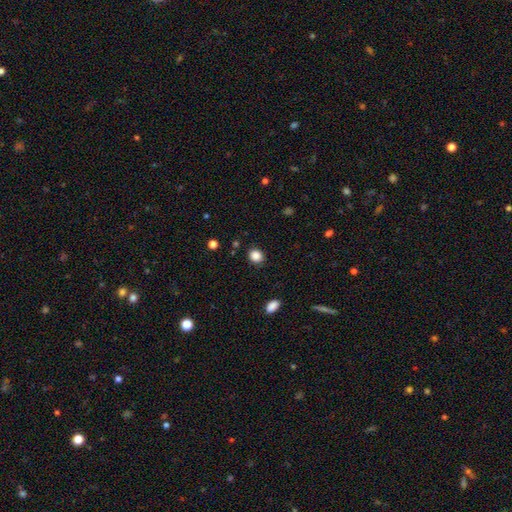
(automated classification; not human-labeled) A smooth galaxy with no disk features (87%) that is round (72%). Merging: none (88%).